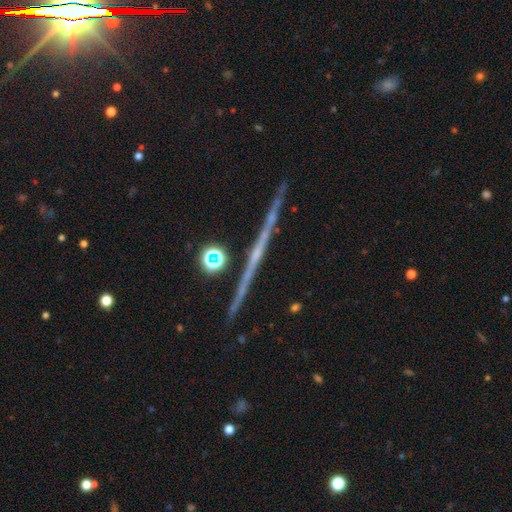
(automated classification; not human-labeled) Morphology: type=featured or disk (67%); edge-on=yes (97%); edge-on bulge=none (68%); merging=none (89%).